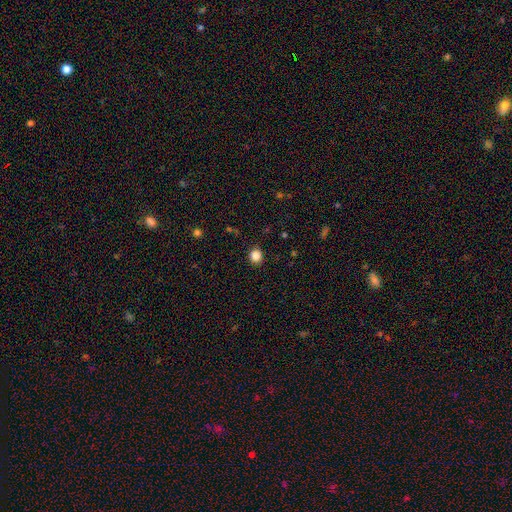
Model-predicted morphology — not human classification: A smooth galaxy with no disk features (84%) that is round (85%). Merging: none (91%).